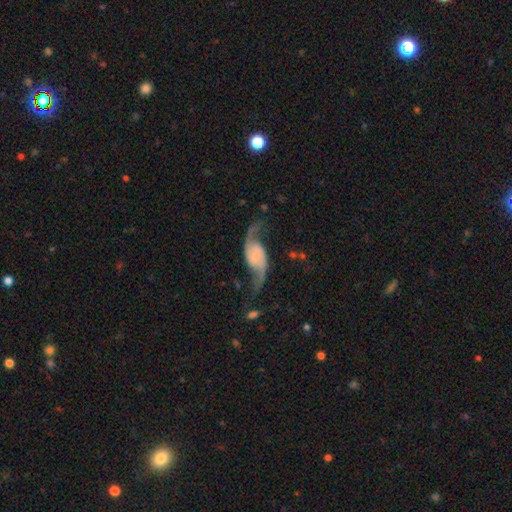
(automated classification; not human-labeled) A featured or disk galaxy (89%) with no bar (48%), 2 (94%) loose (78%) spiral arms (97%) and a small central bulge (58%). Merging: none (68%).